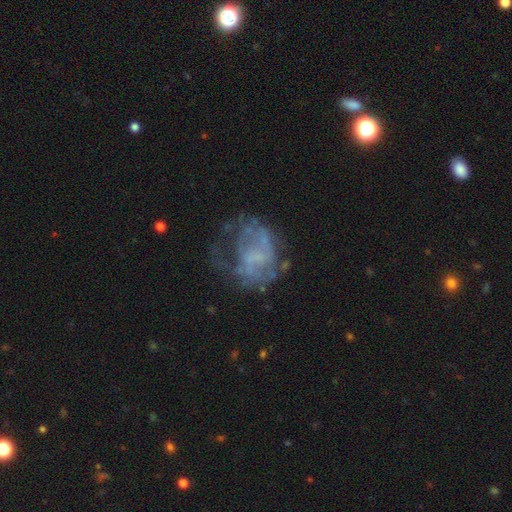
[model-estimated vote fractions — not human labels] This is likely a featured or disk galaxy (62%). It is clearly not viewed edge-on (98%). Bar: likely no (71%). Spiral arm pattern: possibly no (60%). Central bulge: likely none (67%). Merging: marginally none (43%).